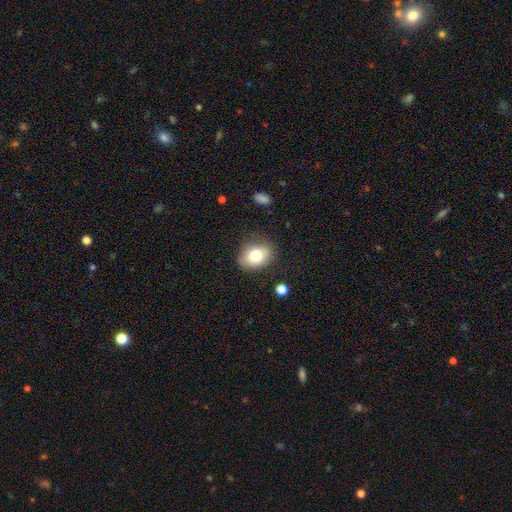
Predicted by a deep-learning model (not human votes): This is likely a smooth galaxy (75%). How rounded: likely in between (61%). Merging: likely none (77%).